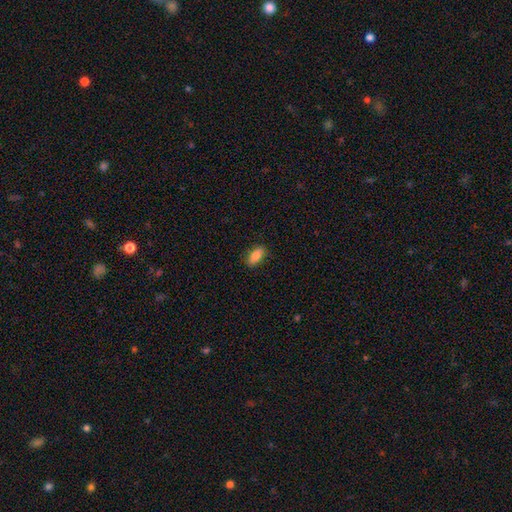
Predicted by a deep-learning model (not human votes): Smooth or featured: smooth — 82% (featured or disk — 11%)
How rounded: in between — 87% (cigar-shaped — 9%)
Merging: none — 85% (minor disturbance — 11%)